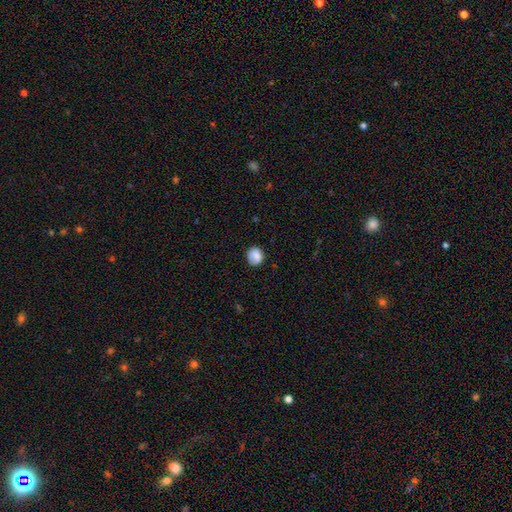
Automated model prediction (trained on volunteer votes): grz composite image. It shows a smooth galaxy with no disk features (81%) that is round (77%). Merging: none (75%).